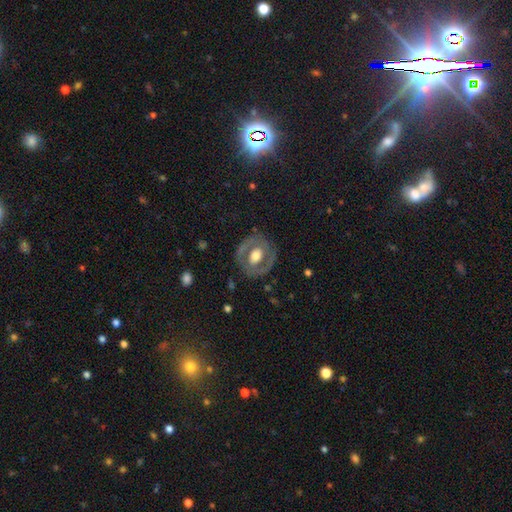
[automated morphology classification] featured or disk 59%, smooth 35%, star or artifact 6%. Down the decision tree: edge-on disk — no (94%); bar — no (63%); spiral arms — no (71%); bulge size — moderate (51%); merging — none (77%).